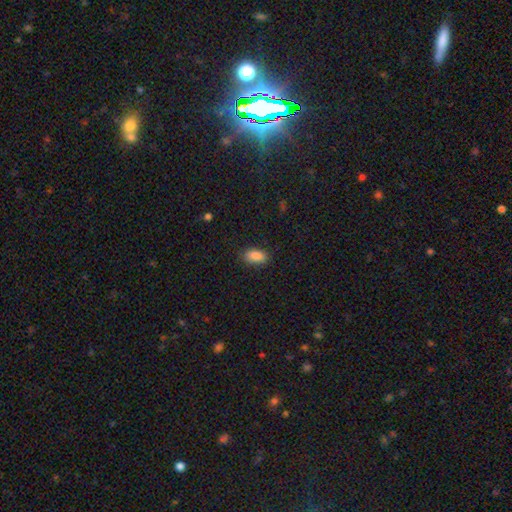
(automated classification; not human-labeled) smooth-or-featured: smooth: 88% | star or artifact: 8% | featured or disk: 4%
  how-rounded: in between: 90% | cigar-shaped: 6% | round: 4%
  merging: none: 84% | minor disturbance: 12% | major disturbance: 3% | merger: 1%